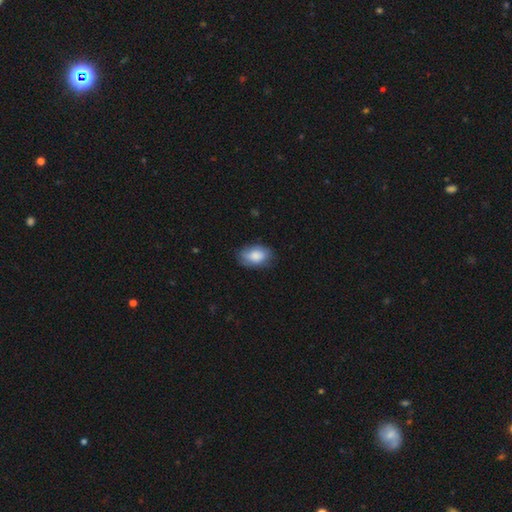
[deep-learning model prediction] Smooth or featured? smooth (80%)
How rounded? in between (89%)
Merging? none (72%)